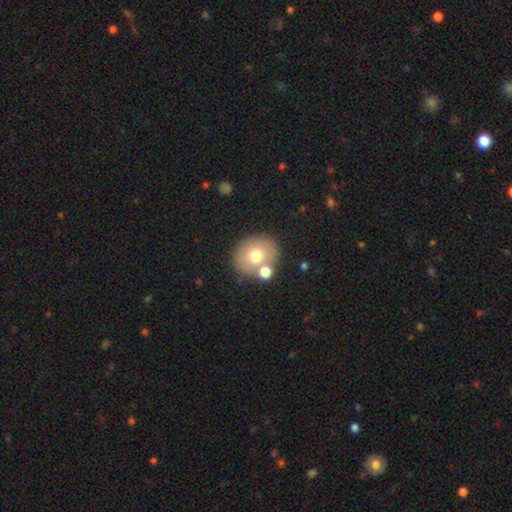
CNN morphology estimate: smooth_or_featured: smooth (p=0.69) [alt: featured or disk p=0.21]
how_rounded: round (p=0.66) [alt: in between p=0.33]
merging: none (p=0.68) [alt: merger p=0.17]